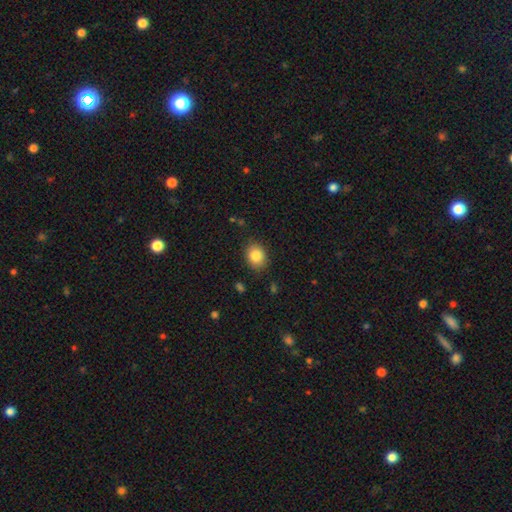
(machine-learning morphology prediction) Smooth or featured?
  - smooth: 84% *
  - star or artifact: 9%
  - featured or disk: 6%
How rounded?
  - in between: 52% *
  - round: 47%
  - cigar-shaped: 1%
Merging?
  - none: 85% *
  - minor disturbance: 11%
  - major disturbance: 3%
  - merger: 1%